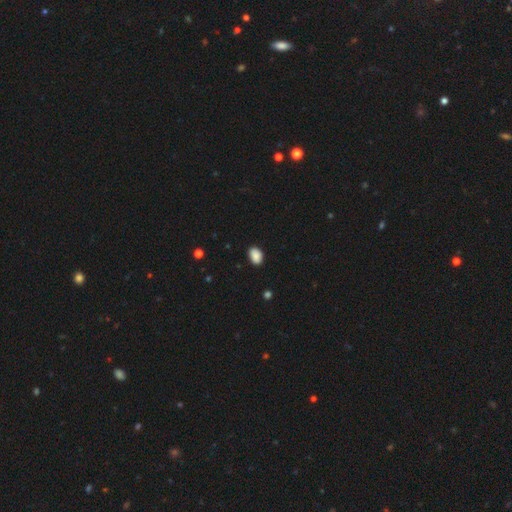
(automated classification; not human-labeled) A smooth galaxy with no disk features (89%) that is in between round and cigar-shaped (83%). Merging: none (87%).